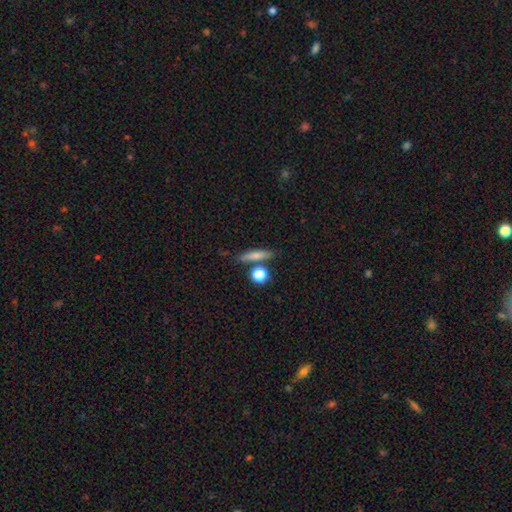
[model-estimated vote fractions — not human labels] Smooth or featured? Predicted: smooth (p=0.71). How rounded? Predicted: cigar-shaped (p=0.66). Merging? Predicted: none (p=0.73).